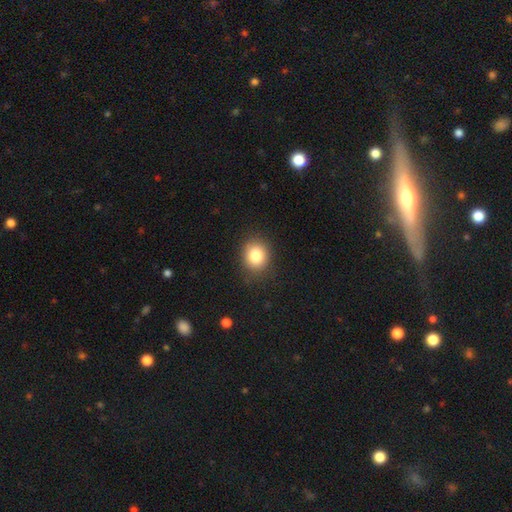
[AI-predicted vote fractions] This appears to be a smooth galaxy with no disk features (83%) that is round (68%). Merging: none (85%).